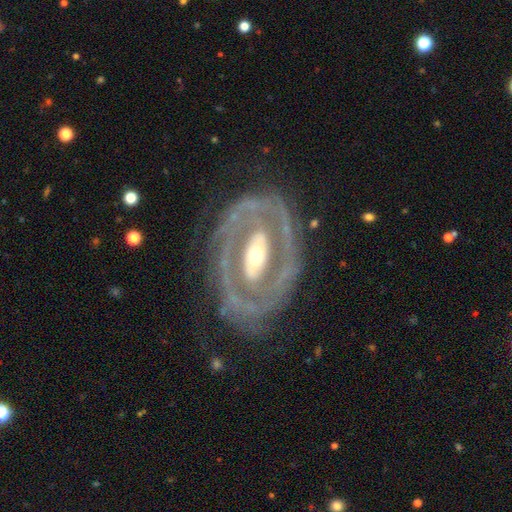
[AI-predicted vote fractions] featured or disk 85%, smooth 10%, star or artifact 5%. Down the decision tree: edge-on disk — no (95%); bar — no (37%); spiral arms — yes (75%); spiral arm count — 2 (48%); spiral winding — tight (65%); bulge size — moderate (60%); merging — none (71%).